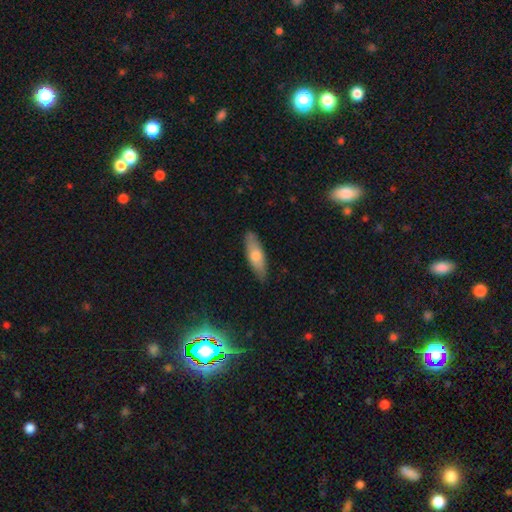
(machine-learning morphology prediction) Smooth or featured? Predicted: smooth (p=0.68). How rounded? Predicted: in between (p=0.52). Merging? Predicted: none (p=0.83).